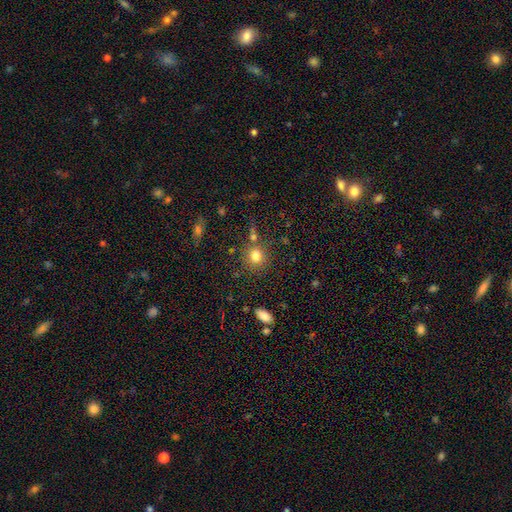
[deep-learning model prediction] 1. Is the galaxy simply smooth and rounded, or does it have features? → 80% smooth, 12% star or artifact, 8% featured or disk.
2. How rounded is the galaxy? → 82% round, 17% in between, 1% cigar-shaped.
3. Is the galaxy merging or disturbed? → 76% none, 10% minor disturbance, 10% merger, 4% major disturbance.